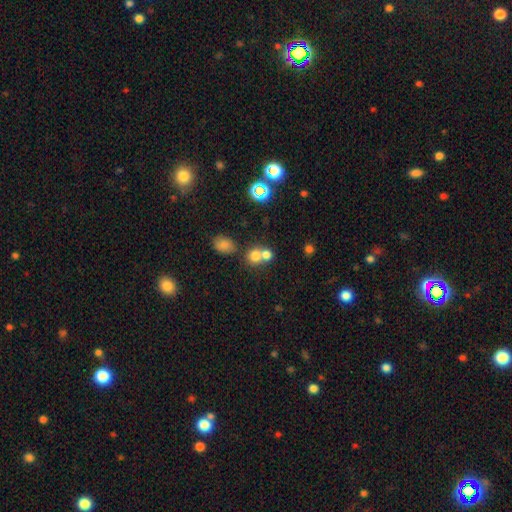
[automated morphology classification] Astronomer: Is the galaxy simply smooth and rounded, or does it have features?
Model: smooth — 73%.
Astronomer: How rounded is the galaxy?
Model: round — 78%.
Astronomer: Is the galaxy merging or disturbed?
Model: merger — 54% (runner-up: none, 37%).